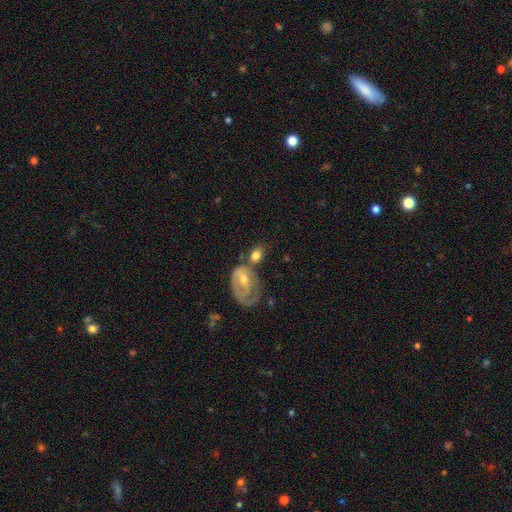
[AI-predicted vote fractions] Q: Smooth or featured?
A: smooth (63%); runner-up: featured or disk (29%)
Q: How rounded?
A: in between (71%); runner-up: round (27%)
Q: Merging?
A: none (36%); tied with: merger (36%)